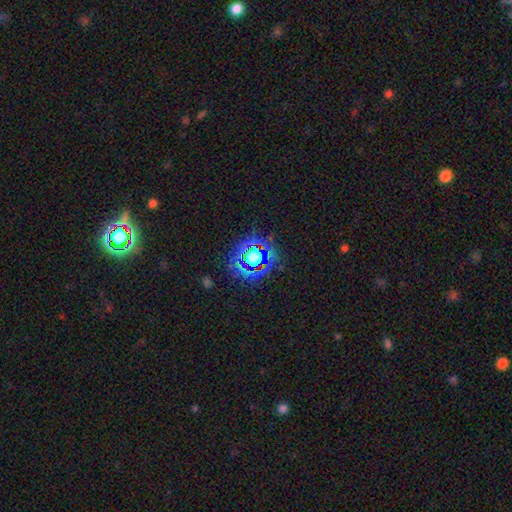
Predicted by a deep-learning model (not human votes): This appears to be a star or artifact, not a galaxy (76%).